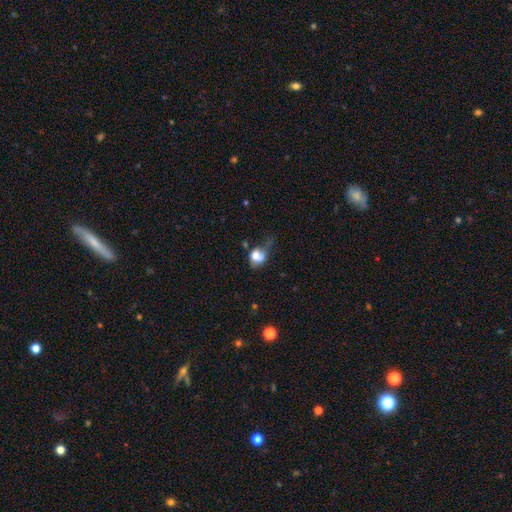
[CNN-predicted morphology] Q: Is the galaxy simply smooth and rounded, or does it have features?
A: smooth — 70%.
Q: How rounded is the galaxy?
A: round — 60%.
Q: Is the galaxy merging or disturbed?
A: major disturbance — 32%.